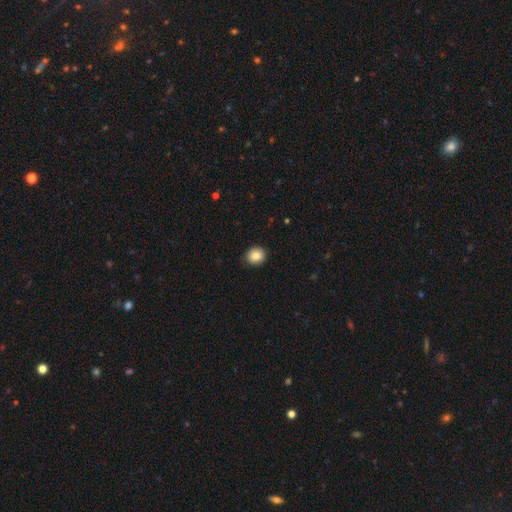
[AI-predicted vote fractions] Smooth or featured?
  - smooth: 85% *
  - star or artifact: 9%
  - featured or disk: 7%
How rounded?
  - round: 84% *
  - in between: 15%
  - cigar-shaped: 1%
Merging?
  - none: 90% *
  - minor disturbance: 7%
  - major disturbance: 2%
  - merger: 1%